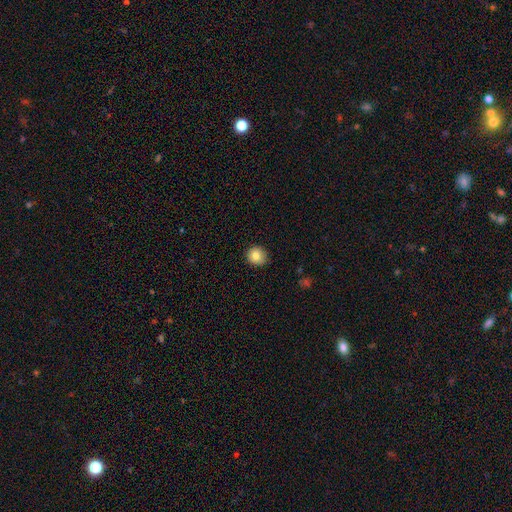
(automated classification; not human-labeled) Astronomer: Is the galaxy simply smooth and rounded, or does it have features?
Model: smooth — 83%.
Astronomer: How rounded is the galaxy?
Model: round — 89%.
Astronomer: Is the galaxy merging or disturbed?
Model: none — 88%.